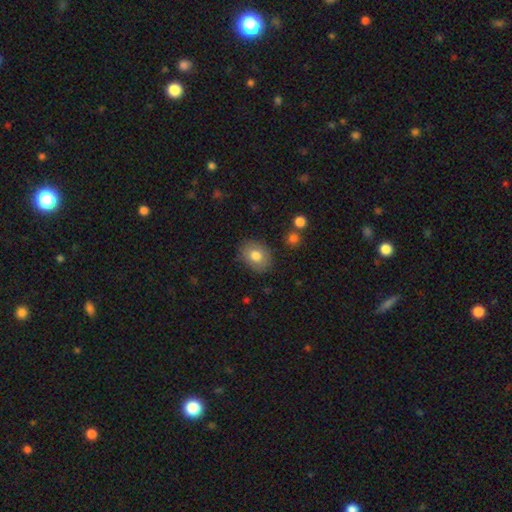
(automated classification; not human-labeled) Smooth or featured? smooth (79%)
How rounded? in between (57%)
Merging? none (84%)